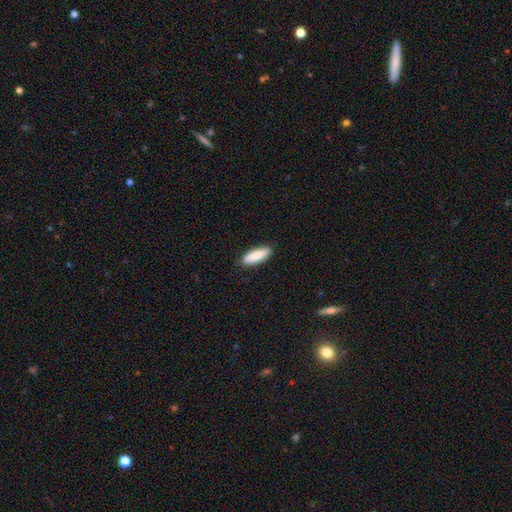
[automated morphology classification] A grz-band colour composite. It shows a smooth galaxy with no disk features (86%) that is in between round and cigar-shaped (50%). Merging: none (89%).